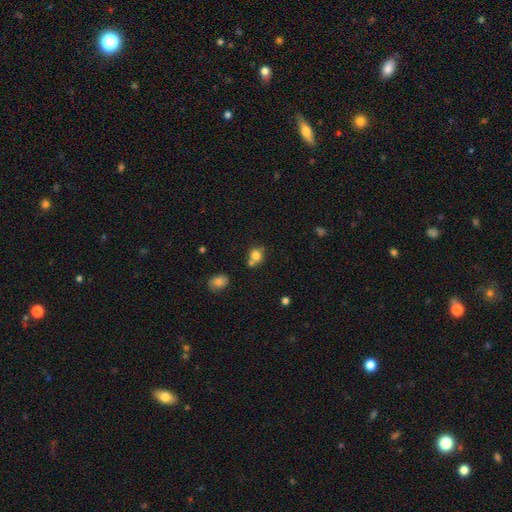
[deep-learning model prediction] A smooth galaxy with no disk features (79%) that is round (79%).

Vote fractions:
- Smooth or featured? smooth: 79% / star or artifact: 12% / featured or disk: 9%
- How rounded? round: 79% / in between: 20% / cigar-shaped: 1%
- Merging? none: 53% / merger: 30% / minor disturbance: 13% / major disturbance: 4%